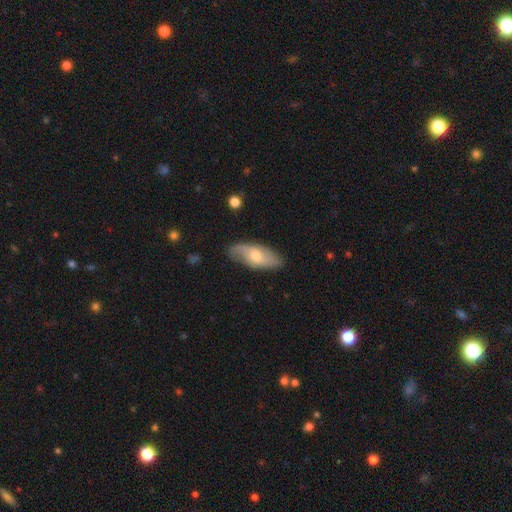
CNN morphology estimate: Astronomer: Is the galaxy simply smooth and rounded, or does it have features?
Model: featured or disk — 50% (runner-up: smooth, 44%).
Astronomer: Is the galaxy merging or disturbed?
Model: none — 76%.